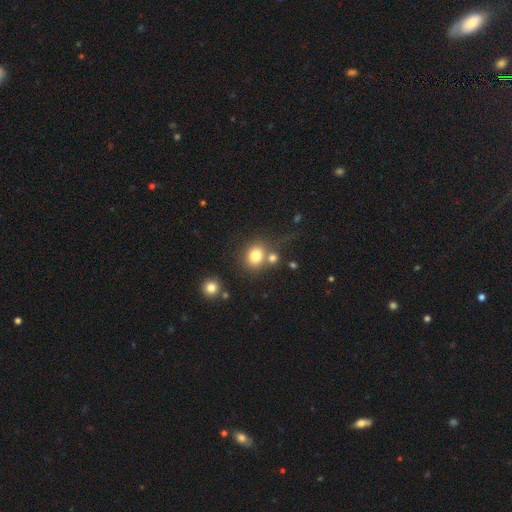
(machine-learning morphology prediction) Q: Smooth or featured?
A: smooth (79%); runner-up: star or artifact (12%)
Q: How rounded?
A: round (69%); runner-up: in between (30%)
Q: Merging?
A: none (59%); runner-up: merger (25%)